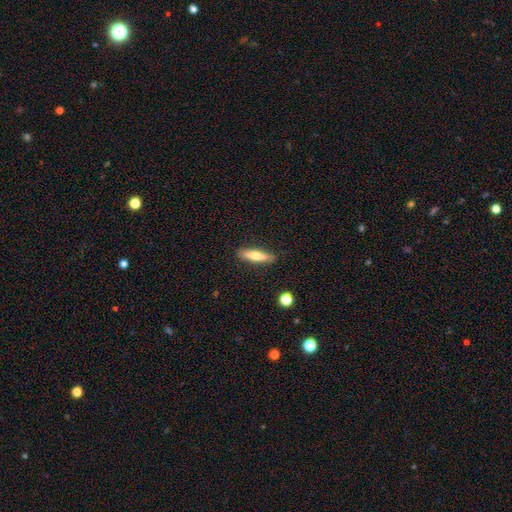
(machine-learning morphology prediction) This appears to be a smooth galaxy with no disk features (67%) that is cigar-shaped (78%). Merging: none (87%).